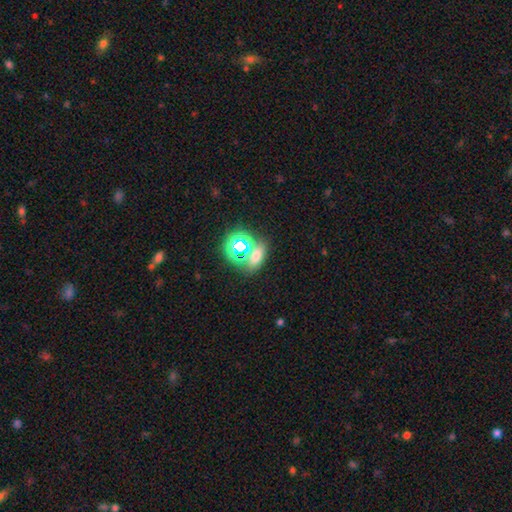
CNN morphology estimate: The model was most divided on "smooth or featured": smooth: 53%, star or artifact: 36%, featured or disk: 10%. More confident: how rounded — in between (67%); merging — none (62%).